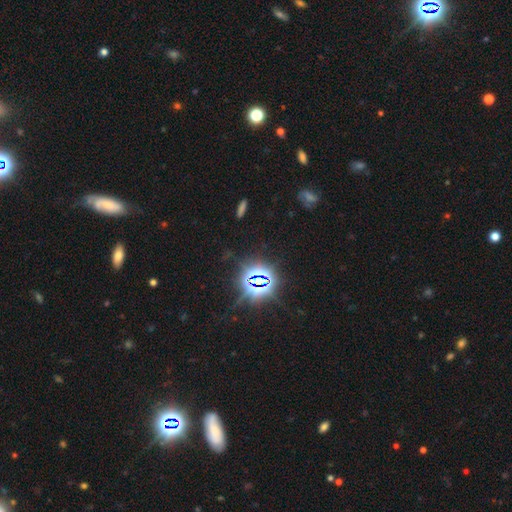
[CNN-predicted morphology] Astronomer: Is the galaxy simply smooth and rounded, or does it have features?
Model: star or artifact — 71%.